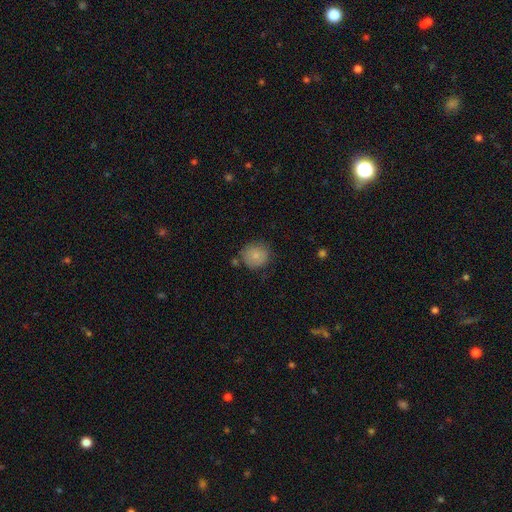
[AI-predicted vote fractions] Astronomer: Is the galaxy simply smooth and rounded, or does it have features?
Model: smooth — 80%.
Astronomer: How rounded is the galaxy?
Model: round — 86%.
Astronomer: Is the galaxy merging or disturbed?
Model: none — 74%.